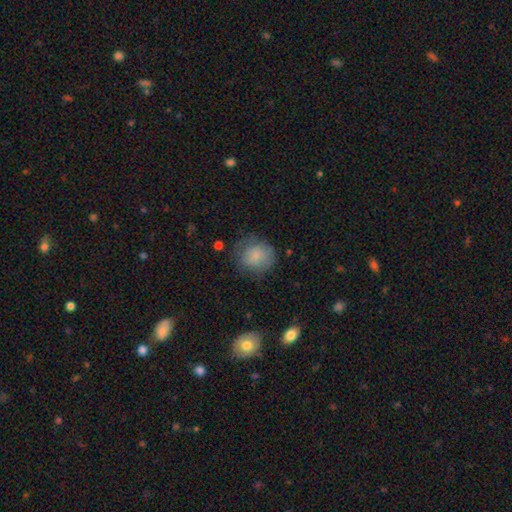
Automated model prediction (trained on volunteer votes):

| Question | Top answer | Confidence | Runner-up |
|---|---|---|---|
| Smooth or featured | smooth | 80% | featured or disk (12%) |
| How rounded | round | 76% | in between (23%) |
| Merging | none | 63% | minor disturbance (24%) |